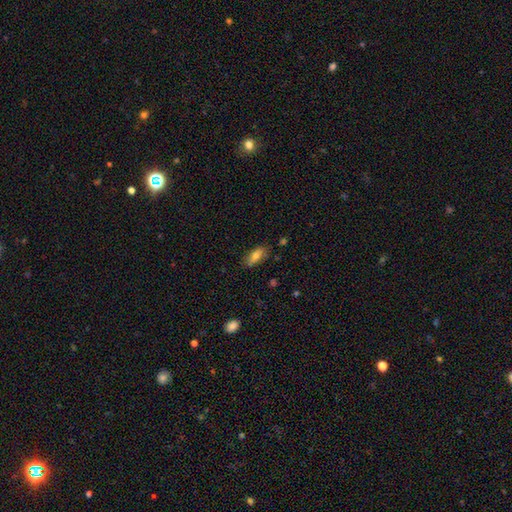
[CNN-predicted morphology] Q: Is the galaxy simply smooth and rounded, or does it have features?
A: smooth — 76%.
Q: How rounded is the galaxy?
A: in between — 85%.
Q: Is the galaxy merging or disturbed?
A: none — 75%.